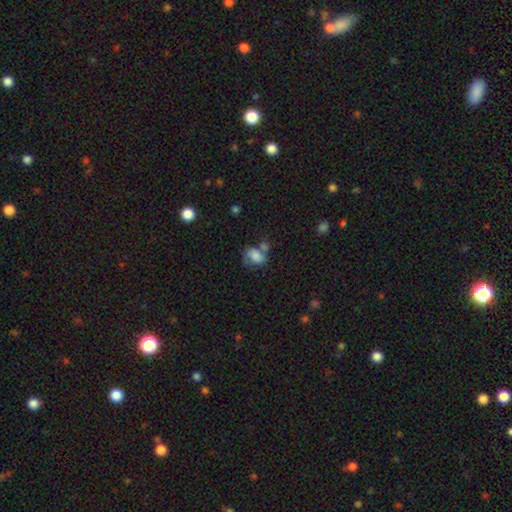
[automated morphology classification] smooth_or_featured: smooth (p=0.70) [alt: featured or disk p=0.20]
how_rounded: in between (p=0.67) [alt: round p=0.31]
merging: none (p=0.32) [alt: merger p=0.27]